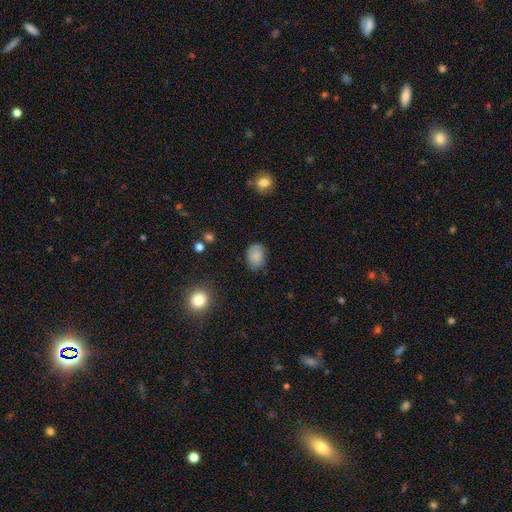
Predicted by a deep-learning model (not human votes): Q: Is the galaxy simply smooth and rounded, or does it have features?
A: smooth — 79%.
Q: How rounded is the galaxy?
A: in between — 70%.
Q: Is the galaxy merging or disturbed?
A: none — 74%.